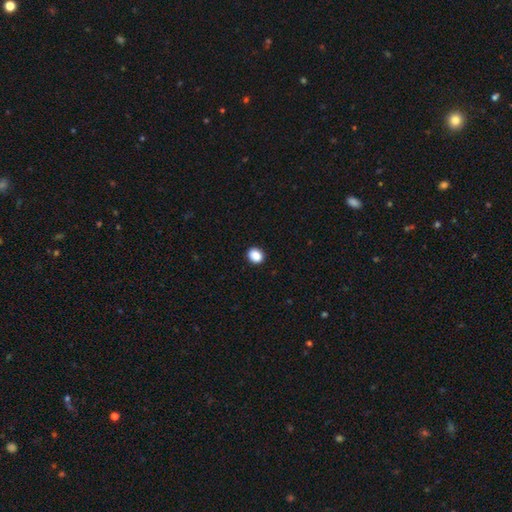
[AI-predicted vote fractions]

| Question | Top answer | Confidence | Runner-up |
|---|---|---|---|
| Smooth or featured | smooth | 88% | star or artifact (9%) |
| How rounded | round | 57% | in between (42%) |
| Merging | none | 91% | minor disturbance (6%) |